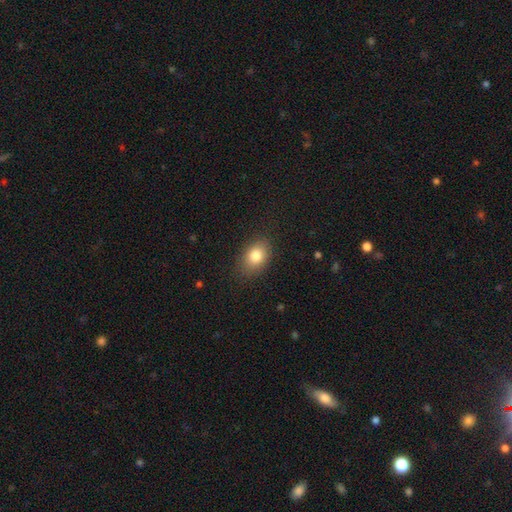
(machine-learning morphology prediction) This appears to be a smooth galaxy with no disk features (82%) that is in between round and cigar-shaped (78%). Merging: none (84%).